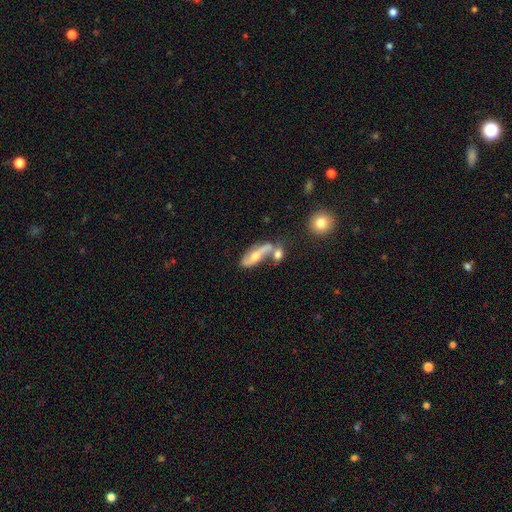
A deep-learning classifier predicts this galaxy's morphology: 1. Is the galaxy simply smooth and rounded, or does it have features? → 63% featured or disk, 29% smooth, 8% star or artifact.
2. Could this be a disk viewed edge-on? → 73% no, 27% yes.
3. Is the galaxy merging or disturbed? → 42% none, 34% merger, 15% minor disturbance, 9% major disturbance.